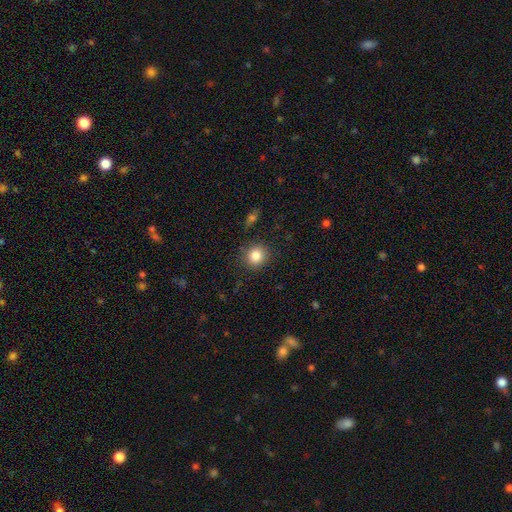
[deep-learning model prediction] A smooth galaxy with no disk features (84%) that is round (88%).

Vote fractions:
- Smooth or featured? smooth: 84% / star or artifact: 10% / featured or disk: 5%
- How rounded? round: 88% / in between: 11% / cigar-shaped: 1%
- Merging? none: 87% / minor disturbance: 8% / major disturbance: 3% / merger: 2%